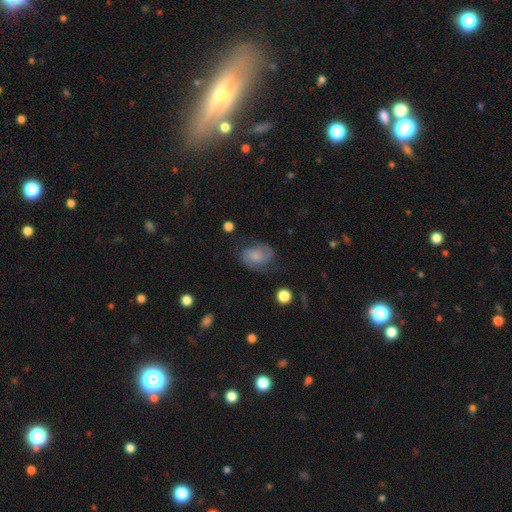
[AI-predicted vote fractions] Smooth or featured: featured or disk — 57% (smooth — 33%)
Edge-on disk: no — 97% (yes — 3%)
Bar: no — 63% (weak — 32%)
Spiral arms: yes — 90% (no — 10%)
Spiral winding: medium — 47% (tight — 31%)
Spiral arm count: 2 — 79% (can't tell — 11%)
Bulge size: small — 46% (moderate — 26%)
Merging: none — 63% (minor disturbance — 23%)